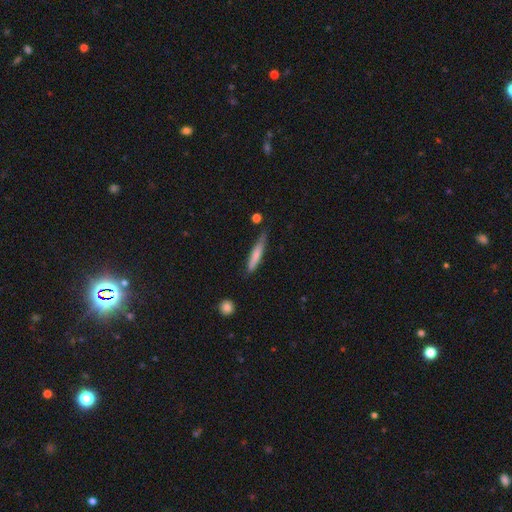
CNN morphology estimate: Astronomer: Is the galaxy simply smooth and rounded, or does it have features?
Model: smooth — 71%.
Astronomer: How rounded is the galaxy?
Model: cigar-shaped — 90%.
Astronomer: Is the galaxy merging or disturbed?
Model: none — 63%.